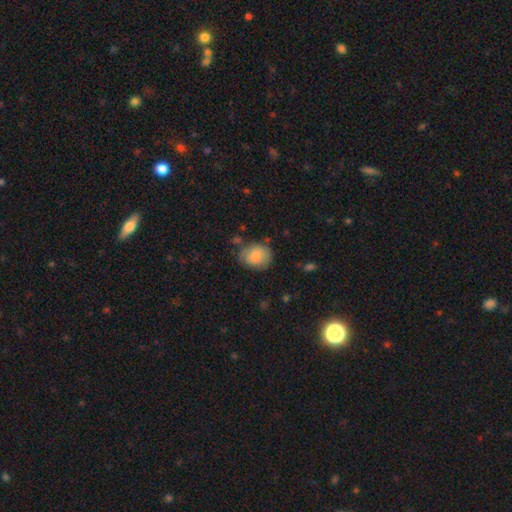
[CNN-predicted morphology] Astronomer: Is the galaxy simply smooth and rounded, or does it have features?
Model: smooth — 85%.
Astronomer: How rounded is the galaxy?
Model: round — 56% (runner-up: in between, 43%).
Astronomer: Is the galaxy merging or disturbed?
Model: none — 73%.